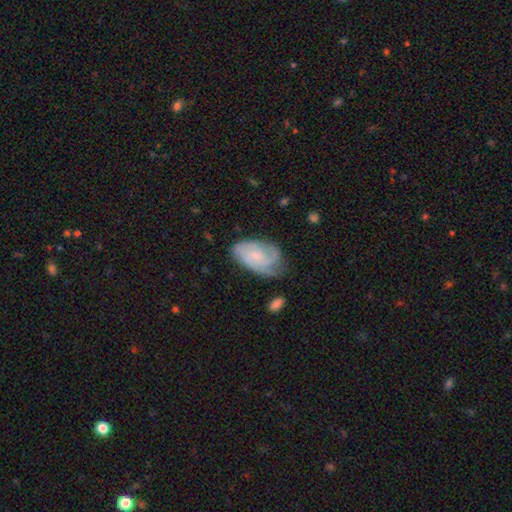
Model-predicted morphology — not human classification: type=featured or disk (70%); edge-on=no (96%); bar=no (70%); spiral arms=yes (91%); winding=tight (49%); arm count=3 (30%); bulge=small (70%); merging=none (59%).